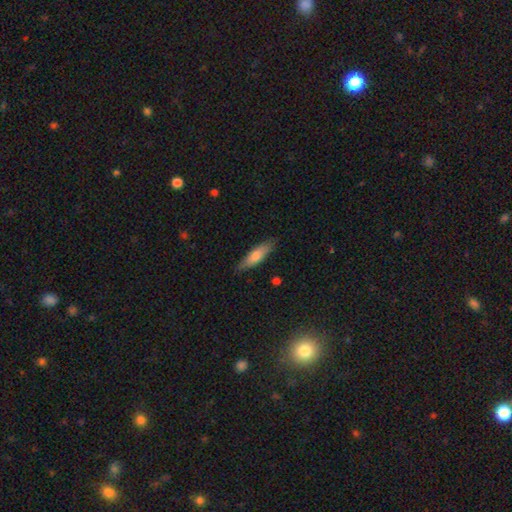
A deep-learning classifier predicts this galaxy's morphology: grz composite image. It shows a smooth galaxy with no disk features (67%) that is cigar-shaped (67%). Merging: none (84%).